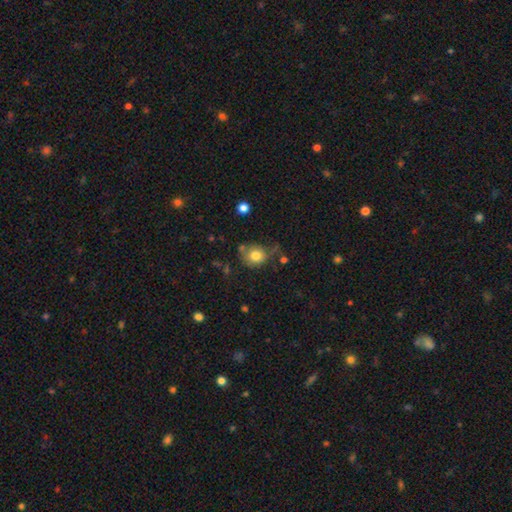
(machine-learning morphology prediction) This appears to be a smooth galaxy with no disk features (79%) that is round (78%). Merging: none (57%).